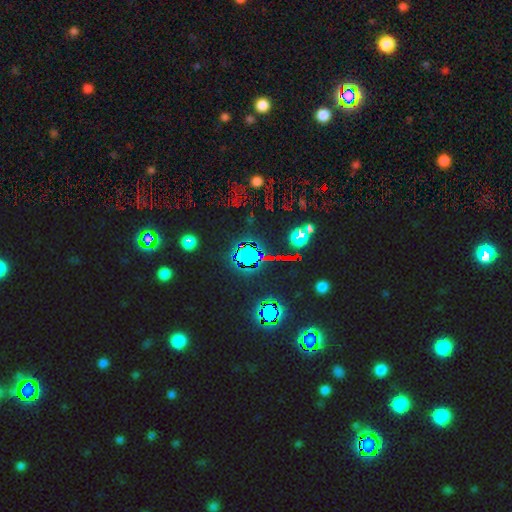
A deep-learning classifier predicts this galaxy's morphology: Q: Smooth or featured?
A: star or artifact (81%); runner-up: smooth (11%)